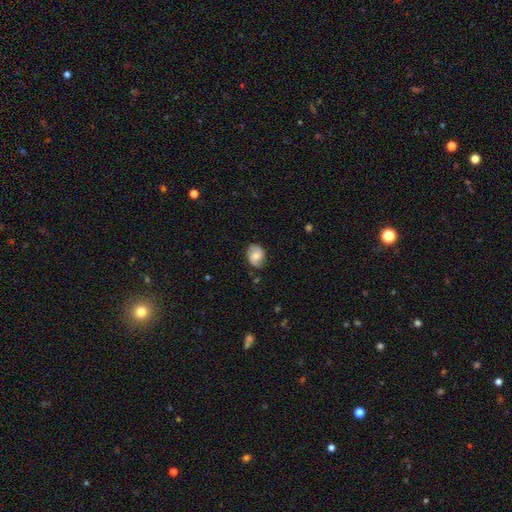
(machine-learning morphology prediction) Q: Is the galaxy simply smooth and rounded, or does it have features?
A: featured or disk — 48%.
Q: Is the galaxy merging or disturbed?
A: none — 79%.